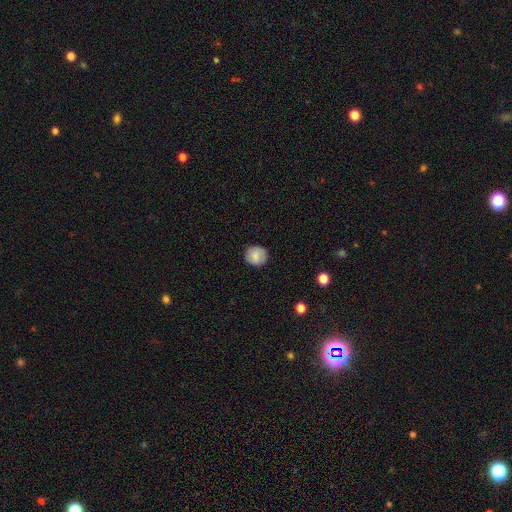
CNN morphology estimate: Smooth or featured? smooth (78%)
How rounded? round (88%)
Merging? none (85%)